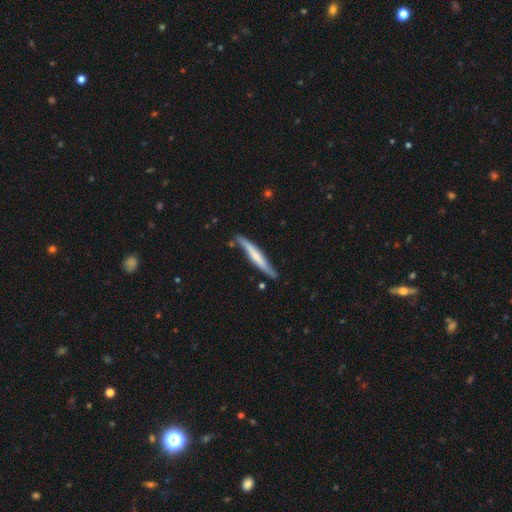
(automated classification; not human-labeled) A featured or disk galaxy (49%). Merging: none (75%).